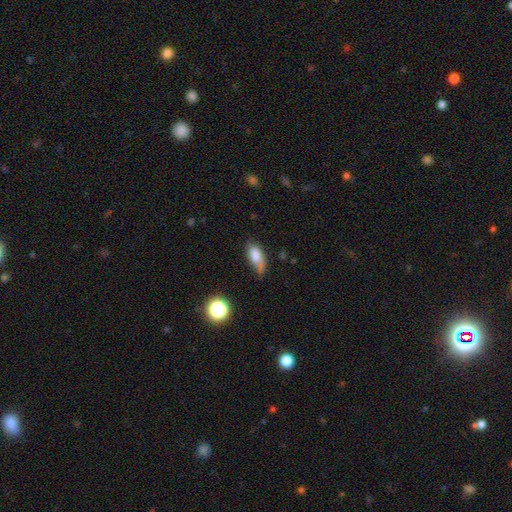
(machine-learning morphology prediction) This appears to be a smooth galaxy with no disk features (76%) that is in between round and cigar-shaped (85%). Merging: none (47%).